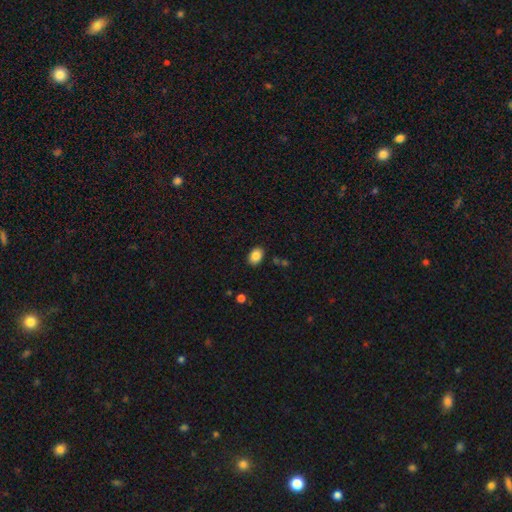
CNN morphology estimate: smooth 86%, star or artifact 8%, featured or disk 5%. Down the decision tree: how rounded — in between (79%); merging — none (87%).